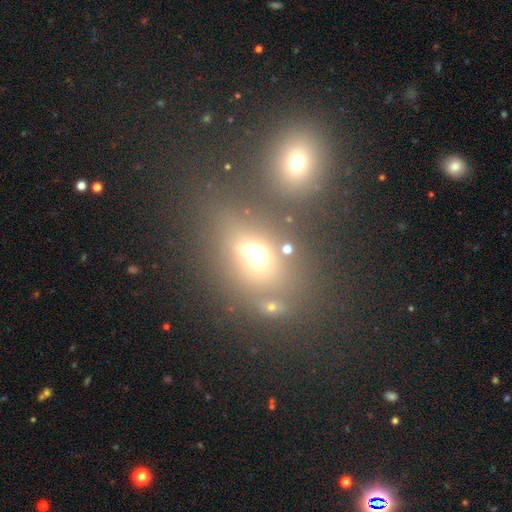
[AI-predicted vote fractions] Q: Smooth or featured?
A: smooth (56%); runner-up: star or artifact (24%)
Q: How rounded?
A: in between (63%); runner-up: round (32%)
Q: Merging?
A: none (49%); runner-up: merger (31%)